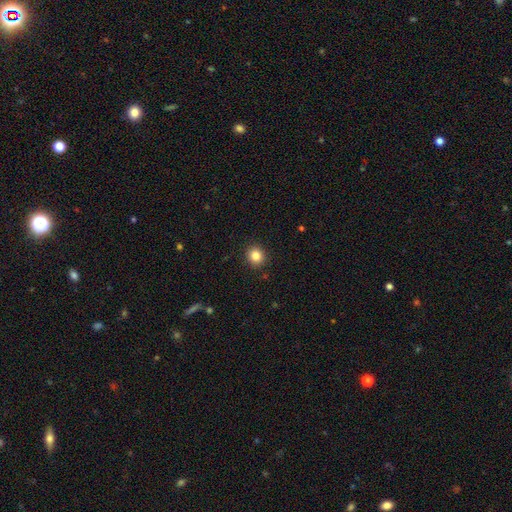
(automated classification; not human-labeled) Q: Smooth or featured?
A: smooth (84%); runner-up: star or artifact (11%)
Q: How rounded?
A: round (85%); runner-up: in between (14%)
Q: Merging?
A: none (91%); runner-up: minor disturbance (6%)